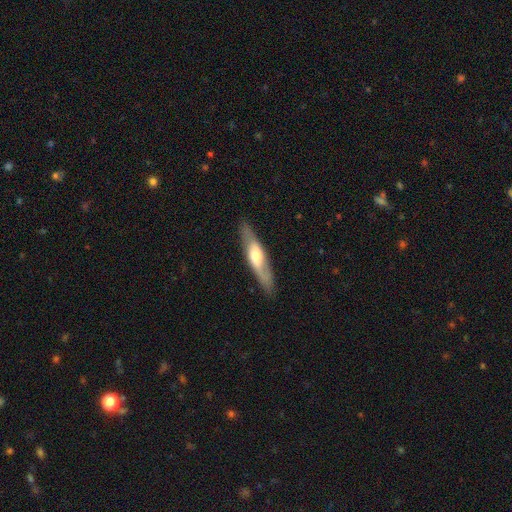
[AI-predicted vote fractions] Morphology: type=featured or disk (52%); edge-on=yes (60%); merging=none (83%).